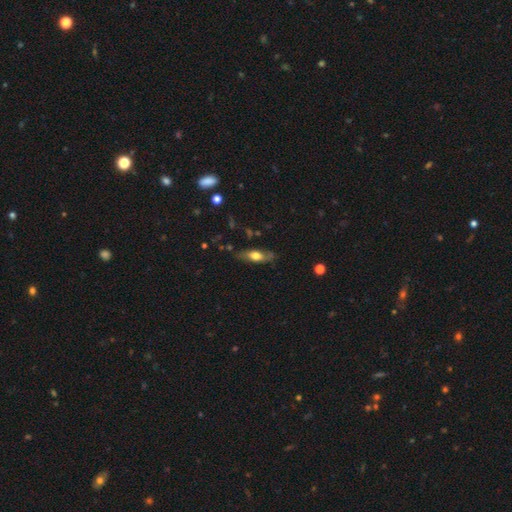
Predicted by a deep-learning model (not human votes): This appears to be a smooth galaxy with no disk features (52%) that is in between round and cigar-shaped (58%). Merging: none (72%).